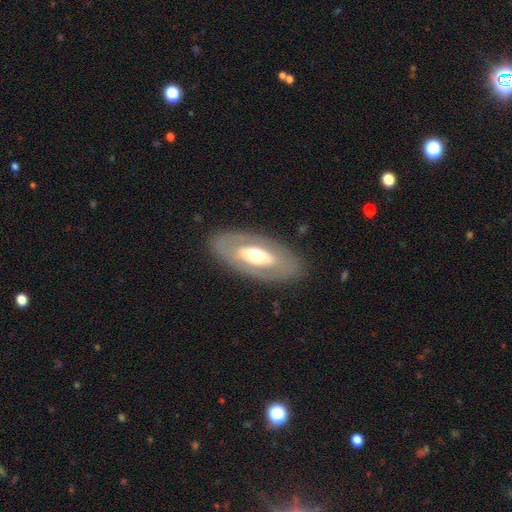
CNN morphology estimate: This is possibly a featured or disk galaxy (59%). It is clearly not viewed edge-on (86%). Bar: likely no (64%). Spiral arm pattern: clearly no (83%). Central bulge: possibly moderate (60%). Merging: clearly none (83%).